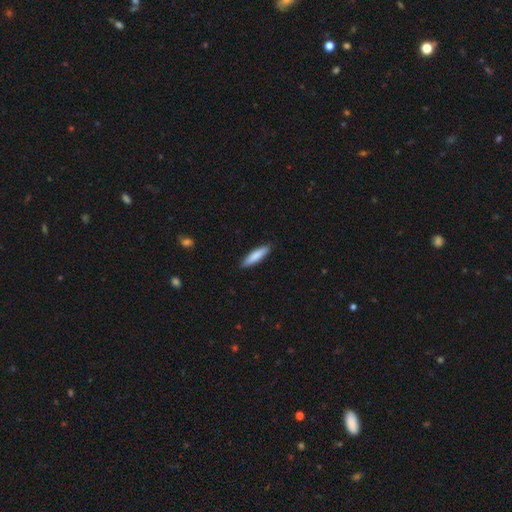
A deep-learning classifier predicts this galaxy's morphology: Smooth or featured? smooth (84%)
How rounded? cigar-shaped (78%)
Merging? none (90%)